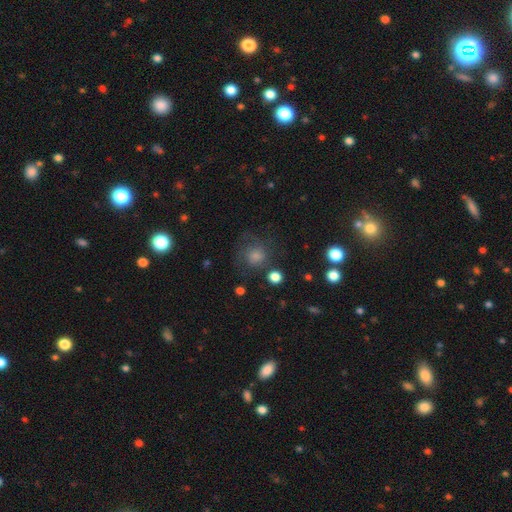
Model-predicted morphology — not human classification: smooth-or-featured: smooth: 50% | featured or disk: 27% | star or artifact: 23%
  how-rounded: round: 87% | in between: 12% | cigar-shaped: 1%
  merging: none: 70% | minor disturbance: 15% | major disturbance: 12% | merger: 2%